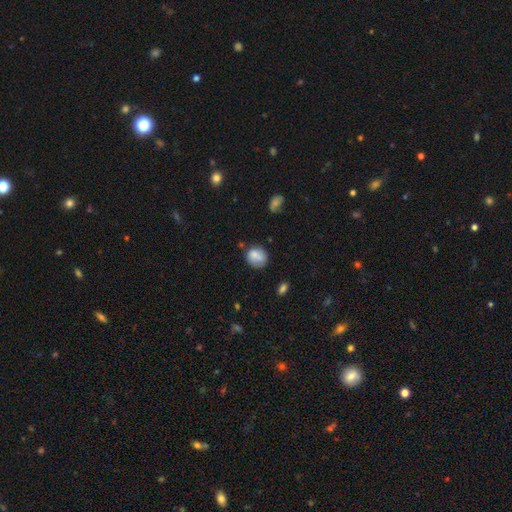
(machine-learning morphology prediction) This appears to be a smooth galaxy with no disk features (75%) that is round (65%). Merging: none (61%).